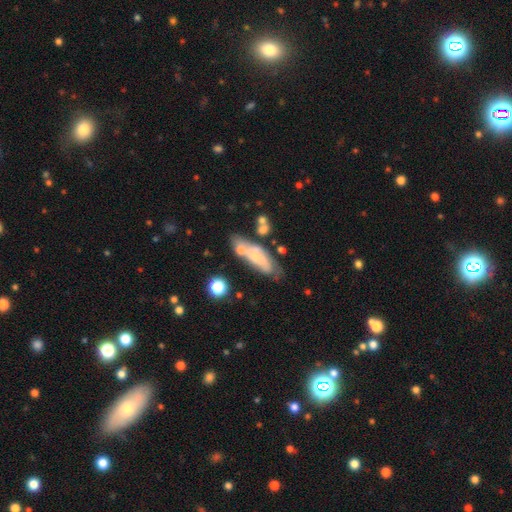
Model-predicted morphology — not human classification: smooth_or_featured: smooth (p=0.54) [alt: featured or disk p=0.38]
how_rounded: in between (p=0.58) [alt: cigar-shaped p=0.39]
merging: none (p=0.49) [alt: minor disturbance p=0.23]